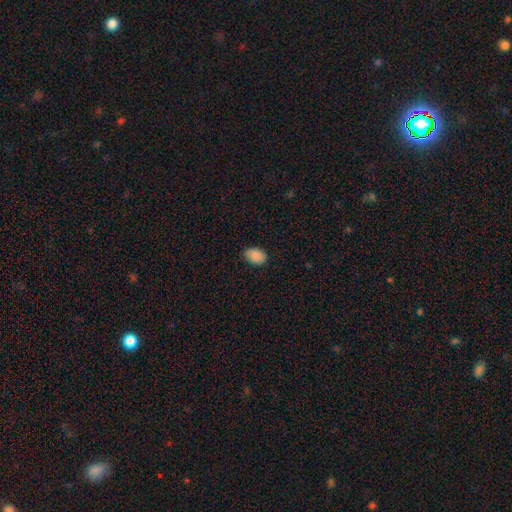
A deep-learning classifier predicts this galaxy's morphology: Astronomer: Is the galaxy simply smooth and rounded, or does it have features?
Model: smooth — 88%.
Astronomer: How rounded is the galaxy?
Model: in between — 81%.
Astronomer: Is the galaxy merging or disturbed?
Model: none — 81%.